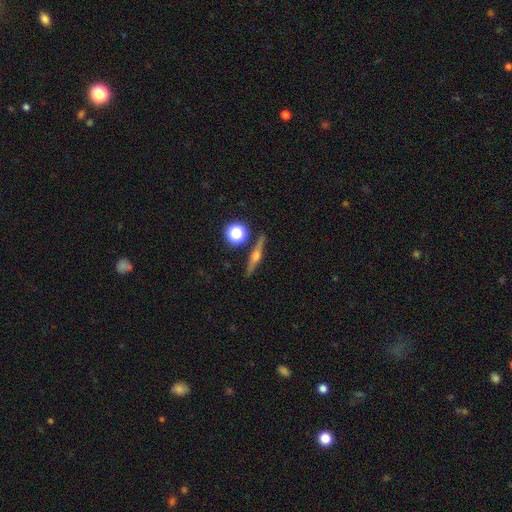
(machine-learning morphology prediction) Q: Smooth or featured?
A: featured or disk (70%); runner-up: smooth (21%)
Q: Edge-on disk?
A: yes (97%); runner-up: no (3%)
Q: Edge-on bulge?
A: rounded (91%); runner-up: boxy (6%)
Q: Merging?
A: none (87%); runner-up: minor disturbance (8%)